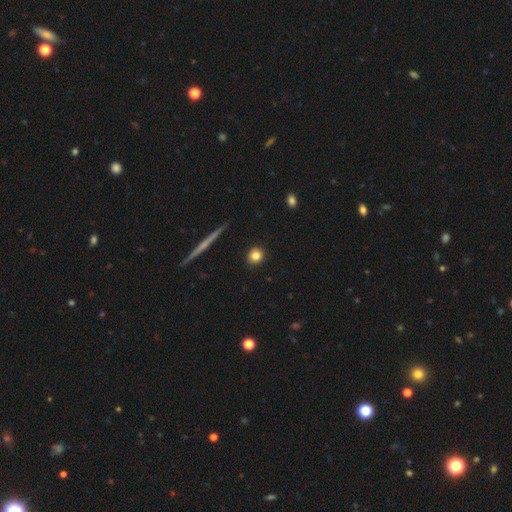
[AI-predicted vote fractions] Overall: smooth (82%). How rounded: round (90%). Merging: none (91%).